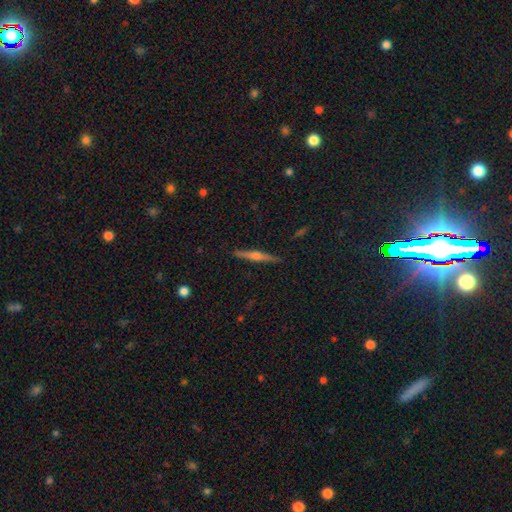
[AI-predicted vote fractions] This appears to be a featured or disk galaxy (73%) viewed edge-on (98%) with a rounded central bulge (81%). Merging: none (91%).